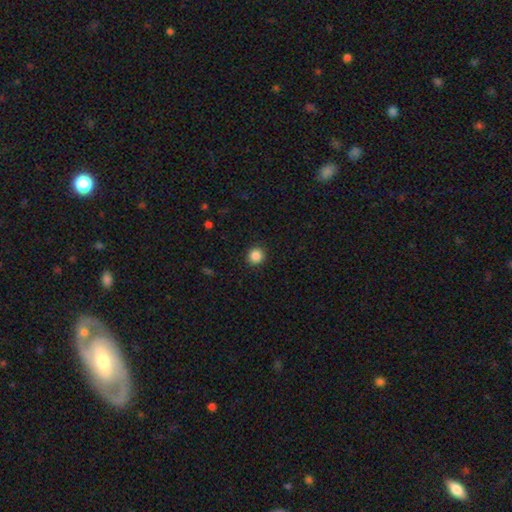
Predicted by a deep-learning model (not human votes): Smooth or featured?
  - smooth: 86% *
  - star or artifact: 10%
  - featured or disk: 3%
How rounded?
  - round: 92% *
  - in between: 7%
  - cigar-shaped: 1%
Merging?
  - none: 92% *
  - minor disturbance: 5%
  - major disturbance: 2%
  - merger: 1%